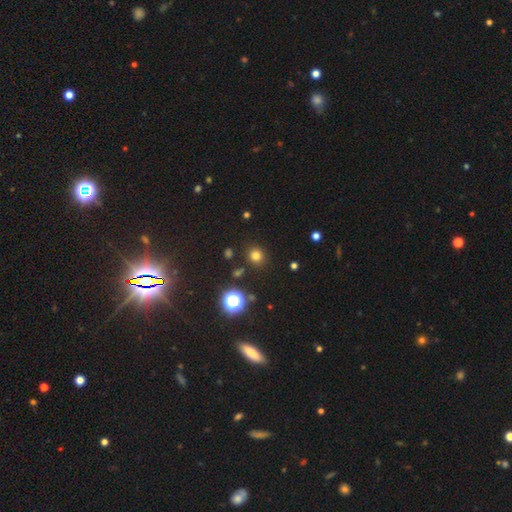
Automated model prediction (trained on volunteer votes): smooth-or-featured: smooth: 75% | star or artifact: 19% | featured or disk: 5%
  how-rounded: round: 90% | in between: 10% | cigar-shaped: 1%
  merging: none: 88% | minor disturbance: 7% | major disturbance: 3% | merger: 2%